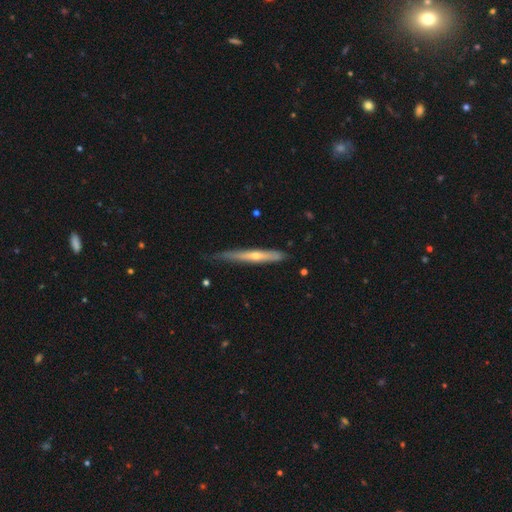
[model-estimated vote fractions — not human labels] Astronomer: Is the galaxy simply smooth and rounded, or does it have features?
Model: featured or disk — 59% (runner-up: smooth, 35%).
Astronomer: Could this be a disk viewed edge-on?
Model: yes — 93%.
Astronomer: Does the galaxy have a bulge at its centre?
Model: rounded — 73%.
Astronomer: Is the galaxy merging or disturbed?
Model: none — 72%.